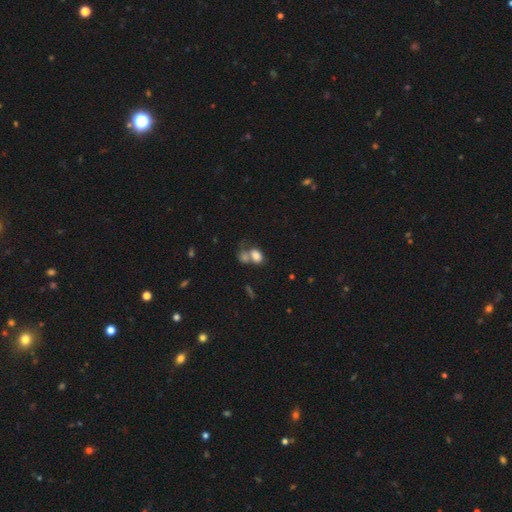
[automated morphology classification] Overall: smooth (79%). How rounded: in between (77%). Merging: merger (50%; none 30%).